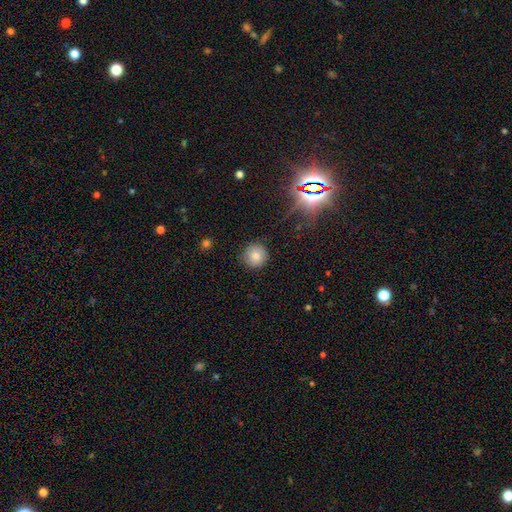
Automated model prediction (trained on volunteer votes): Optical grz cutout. It shows a smooth galaxy with no disk features (79%) that is round (94%). Merging: none (88%).